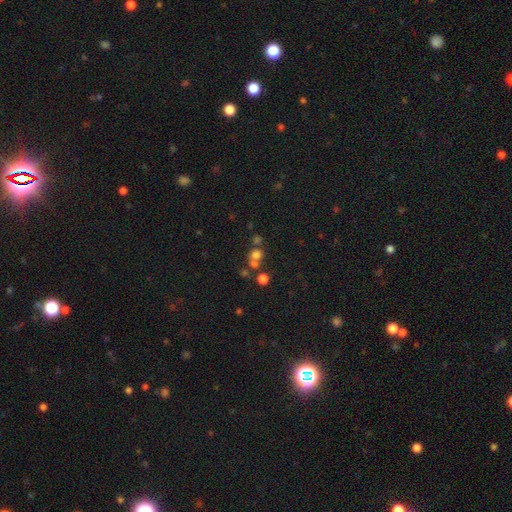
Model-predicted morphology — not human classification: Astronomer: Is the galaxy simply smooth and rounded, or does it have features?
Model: smooth — 64%.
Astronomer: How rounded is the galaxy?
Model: round — 83%.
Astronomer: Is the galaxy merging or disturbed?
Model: none — 51% (runner-up: merger, 36%).